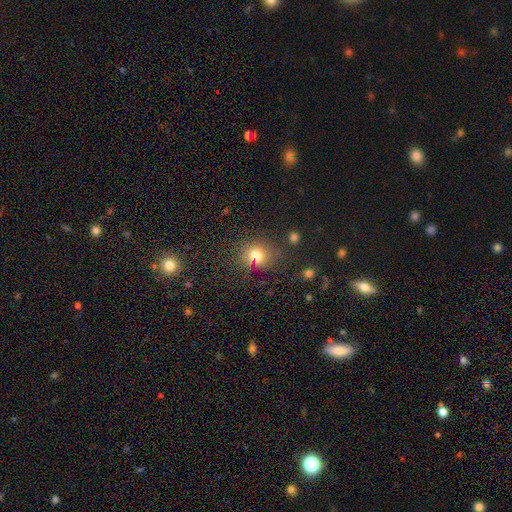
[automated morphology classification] This appears to be a smooth galaxy with no disk features (76%) that is round (76%). Merging: none (75%).